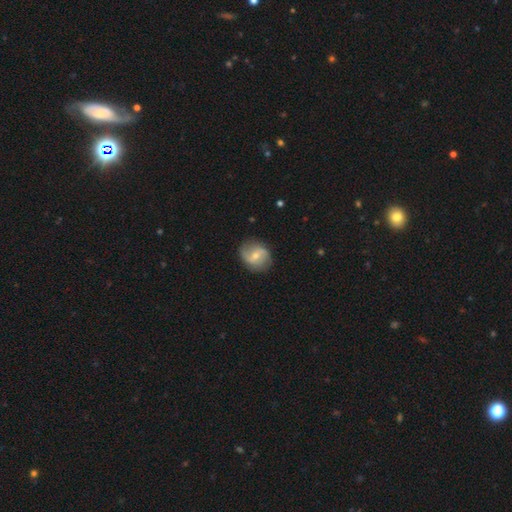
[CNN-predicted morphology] smooth-or-featured: featured or disk: 66% | smooth: 28% | star or artifact: 7%
  disk-edge-on: no: 97% | yes: 3%
    bar: weak: 50% | no: 33% | strong: 17%
    has-spiral-arms: yes: 87% | no: 13%
      spiral-winding: loose: 43% | medium: 39% | tight: 18%
      spiral-arm-count: 2: 81% | can't tell: 10% | 3: 4% | 1: 3% | 4: 2% | more than 4: 1%
    bulge-size: moderate: 49% | small: 47% | large: 2% | none: 2% | dominant: 1%
  merging: none: 81% | minor disturbance: 14% | major disturbance: 4% | merger: 1%